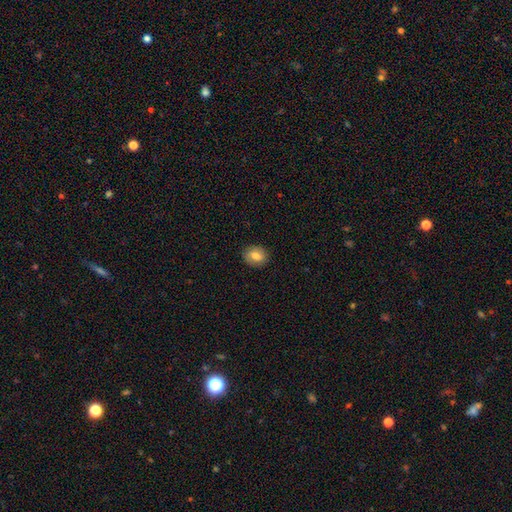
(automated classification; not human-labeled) Smooth or featured?
  - smooth: 75% *
  - featured or disk: 17%
  - star or artifact: 9%
How rounded?
  - round: 58% *
  - in between: 40%
  - cigar-shaped: 1%
Merging?
  - none: 88% *
  - minor disturbance: 9%
  - major disturbance: 2%
  - merger: 1%